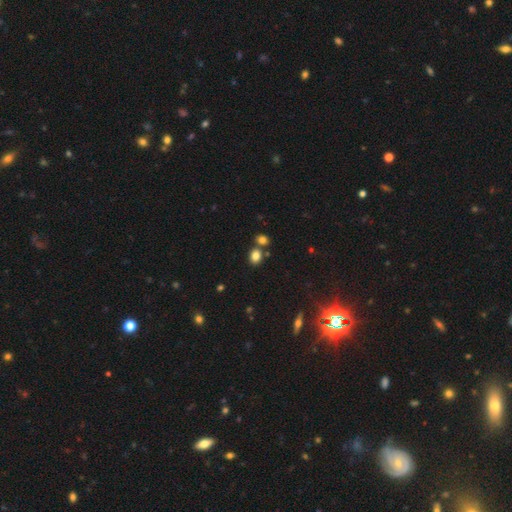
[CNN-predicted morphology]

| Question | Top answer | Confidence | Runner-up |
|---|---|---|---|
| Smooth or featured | smooth | 82% | star or artifact (12%) |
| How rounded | round | 53% | in between (46%) |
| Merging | none | 66% | merger (21%) |